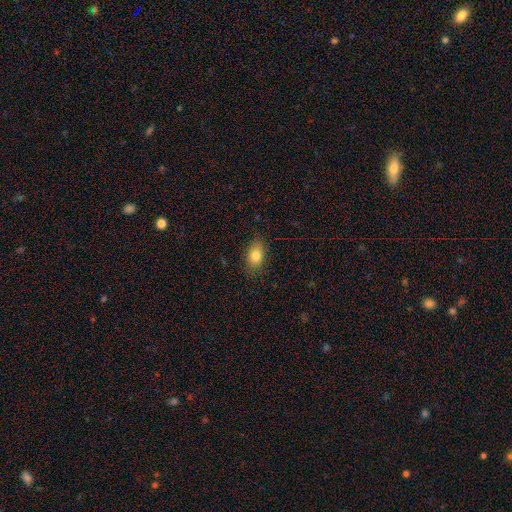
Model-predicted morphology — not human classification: smooth_or_featured: smooth (p=0.82) [alt: featured or disk p=0.09]
how_rounded: in between (p=0.85) [alt: round p=0.13]
merging: none (p=0.84) [alt: minor disturbance p=0.12]